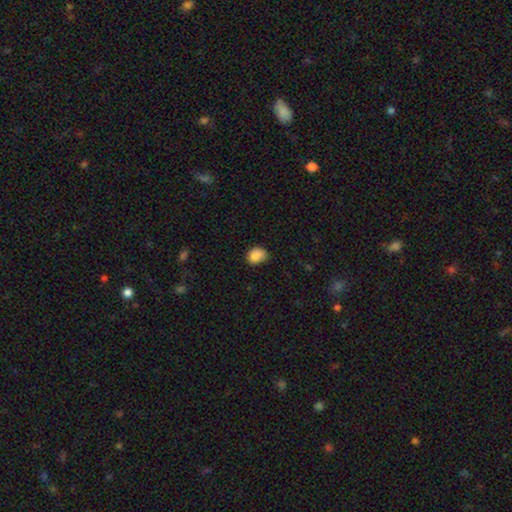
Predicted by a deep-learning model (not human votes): A smooth galaxy with no disk features (86%) that is in between round and cigar-shaped (53%). Merging: none (65%).